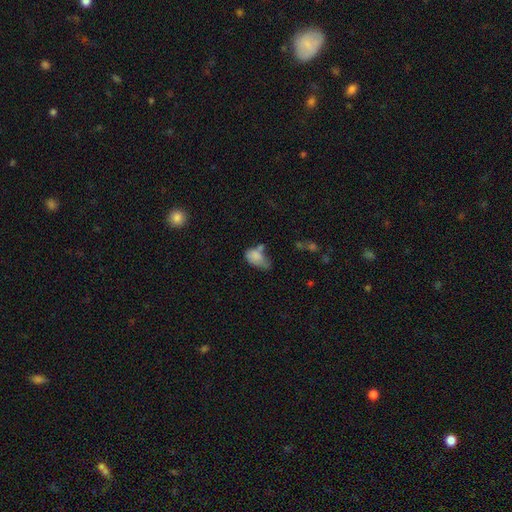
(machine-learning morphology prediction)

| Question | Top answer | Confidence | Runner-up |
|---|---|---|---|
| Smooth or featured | smooth | 75% | featured or disk (15%) |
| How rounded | in between | 88% | round (10%) |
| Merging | minor disturbance | 30% | major disturbance (25%) |